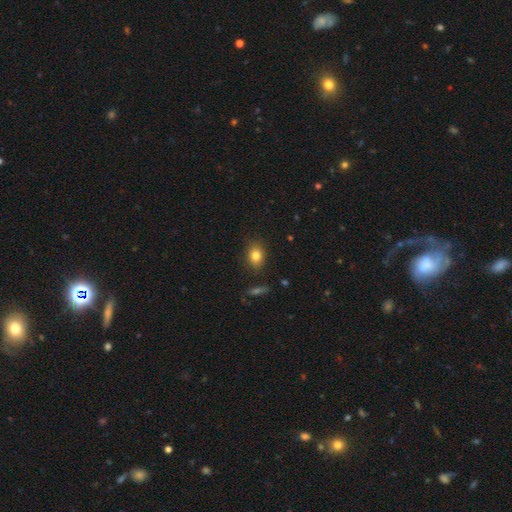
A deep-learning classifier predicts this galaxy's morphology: smooth-or-featured: smooth: 82% | star or artifact: 10% | featured or disk: 8%
  how-rounded: in between: 60% | round: 38% | cigar-shaped: 2%
  merging: none: 84% | minor disturbance: 11% | major disturbance: 3% | merger: 2%